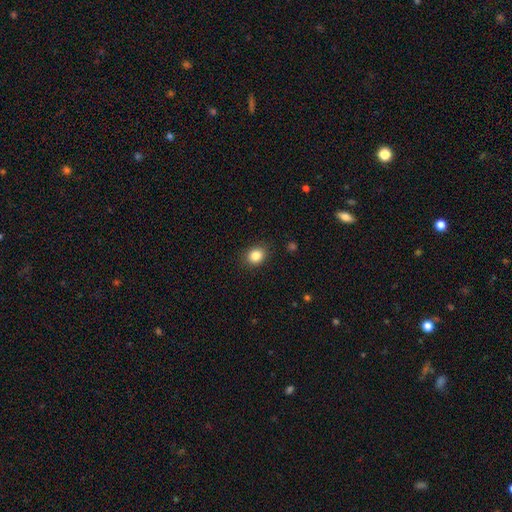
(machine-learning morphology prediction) smooth 84%, star or artifact 10%, featured or disk 6%. Down the decision tree: how rounded — round (57%); merging — none (88%).